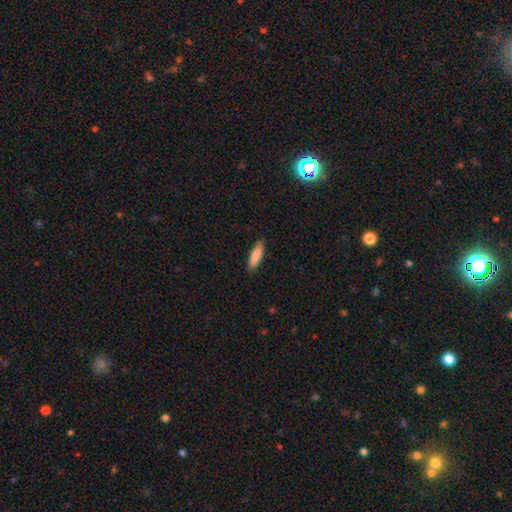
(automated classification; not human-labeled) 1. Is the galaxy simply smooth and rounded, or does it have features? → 86% smooth, 9% featured or disk, 6% star or artifact.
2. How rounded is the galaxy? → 58% cigar-shaped, 40% in between, 1% round.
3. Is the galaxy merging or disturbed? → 87% none, 10% minor disturbance, 2% major disturbance, 1% merger.